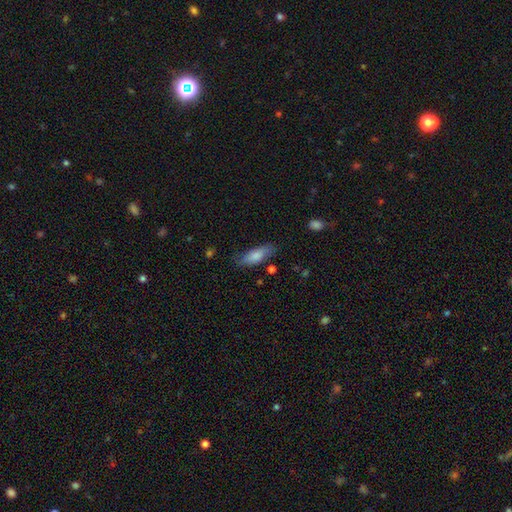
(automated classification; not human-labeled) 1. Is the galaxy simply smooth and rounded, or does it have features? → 80% smooth, 14% featured or disk, 6% star or artifact.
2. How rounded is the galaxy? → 71% in between, 27% cigar-shaped, 2% round.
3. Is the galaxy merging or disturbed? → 72% none, 20% minor disturbance, 5% major disturbance, 3% merger.